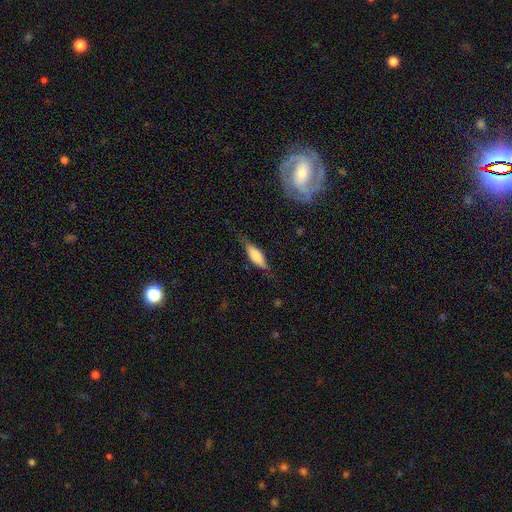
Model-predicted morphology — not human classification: A smooth galaxy with no disk features (62%) that is in between round and cigar-shaped (51%).

Vote fractions:
- Smooth or featured? smooth: 62% / featured or disk: 32% / star or artifact: 6%
- How rounded? in between: 51% / cigar-shaped: 47% / round: 2%
- Merging? none: 72% / minor disturbance: 21% / major disturbance: 6% / merger: 2%